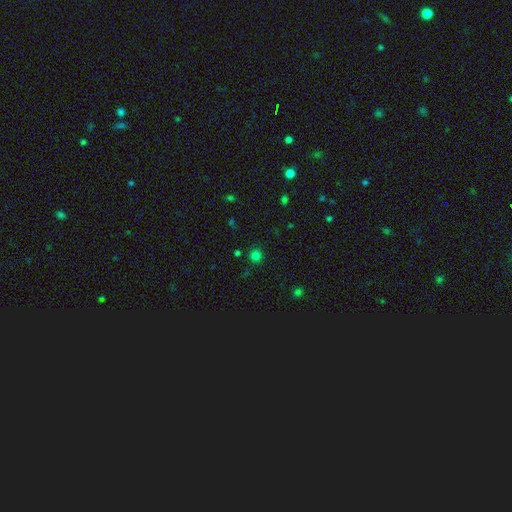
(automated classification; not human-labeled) Morphology: type=smooth (73%); roundness=round (92%); merging=none (85%).